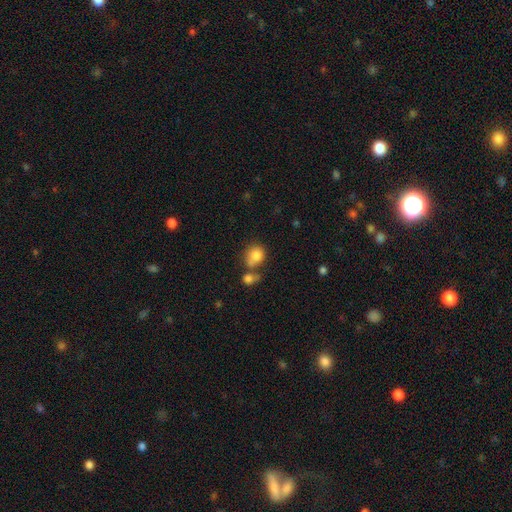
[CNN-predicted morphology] smooth_or_featured: smooth (p=0.82) [alt: star or artifact p=0.09]
how_rounded: round (p=0.68) [alt: in between p=0.31]
merging: none (p=0.43) [alt: merger p=0.36]